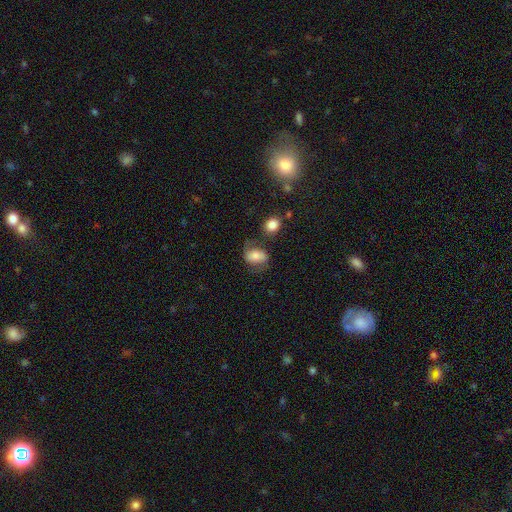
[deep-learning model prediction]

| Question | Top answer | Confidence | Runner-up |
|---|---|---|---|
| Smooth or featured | smooth | 55% | featured or disk (35%) |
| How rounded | in between | 71% | round (27%) |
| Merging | none | 53% | minor disturbance (23%) |